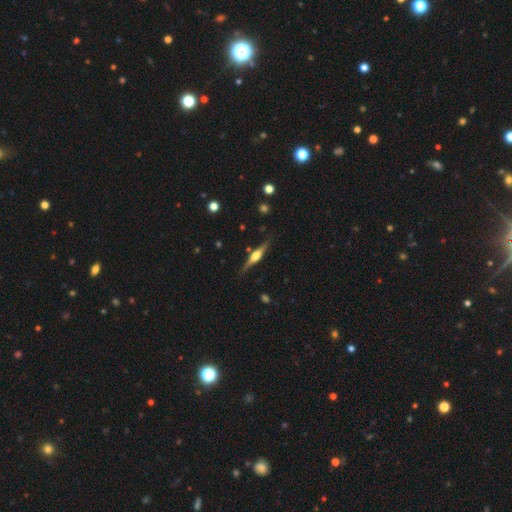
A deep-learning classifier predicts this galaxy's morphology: A featured or disk galaxy (74%) viewed edge-on (97%) with a rounded central bulge (85%). Merging: none (84%).